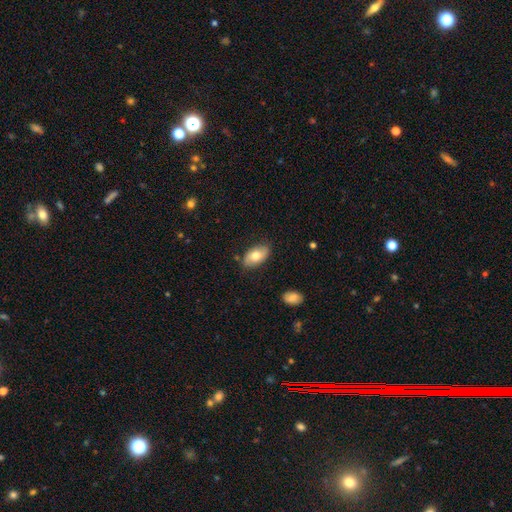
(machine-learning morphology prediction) Overall: smooth (70%). How rounded: in between (94%). Merging: none (79%).